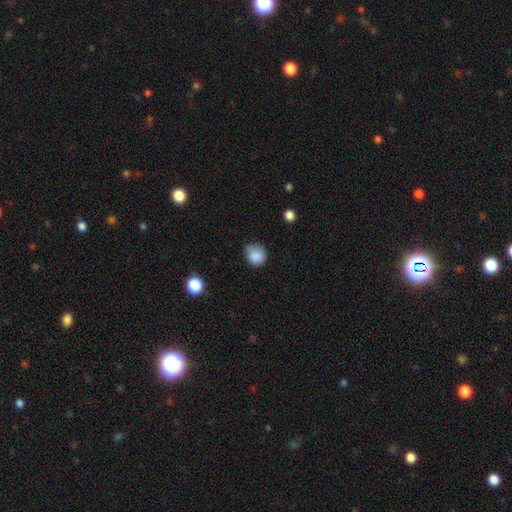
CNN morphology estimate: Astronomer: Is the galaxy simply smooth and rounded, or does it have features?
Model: smooth — 86%.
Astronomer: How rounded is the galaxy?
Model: round — 85%.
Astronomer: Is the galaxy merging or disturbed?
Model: none — 68%.